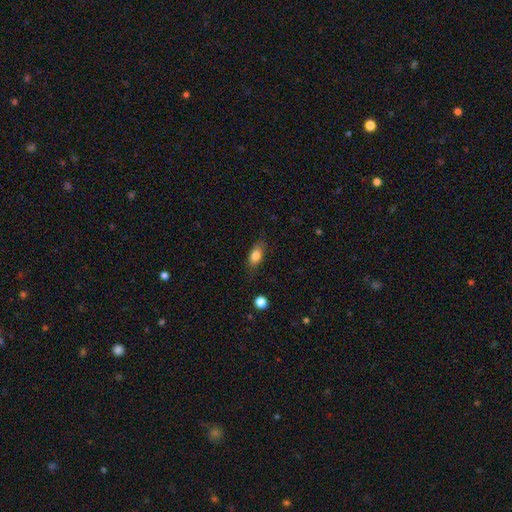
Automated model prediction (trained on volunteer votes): smooth_or_featured: smooth (p=0.80) [alt: featured or disk p=0.12]
how_rounded: in between (p=0.81) [alt: cigar-shaped p=0.11]
merging: none (p=0.78) [alt: minor disturbance p=0.16]